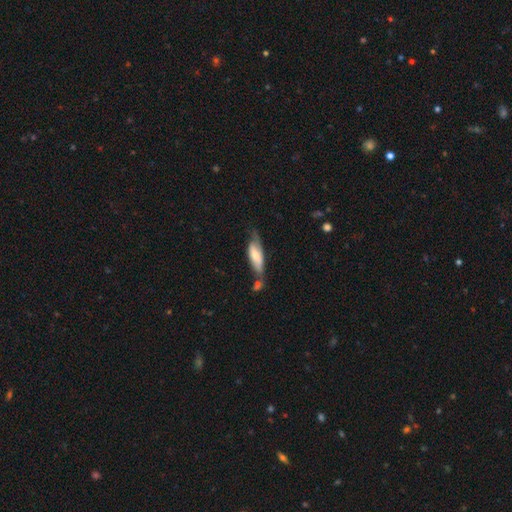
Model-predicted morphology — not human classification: smooth_or_featured: smooth (p=0.57) [alt: featured or disk p=0.37]
how_rounded: in between (p=0.57) [alt: cigar-shaped p=0.41]
merging: none (p=0.36) [alt: minor disturbance p=0.29]